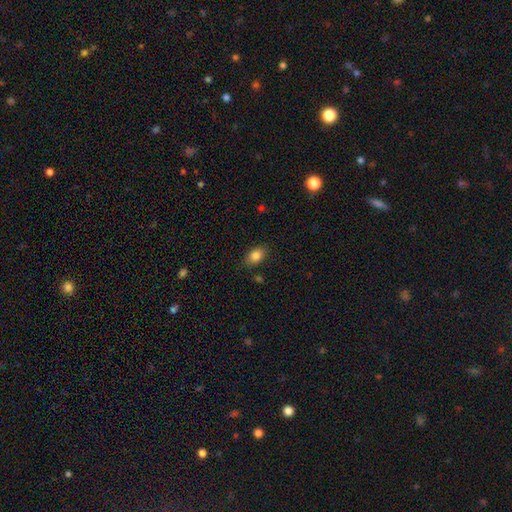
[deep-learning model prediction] Smooth or featured? smooth (85%)
How rounded? in between (85%)
Merging? none (84%)